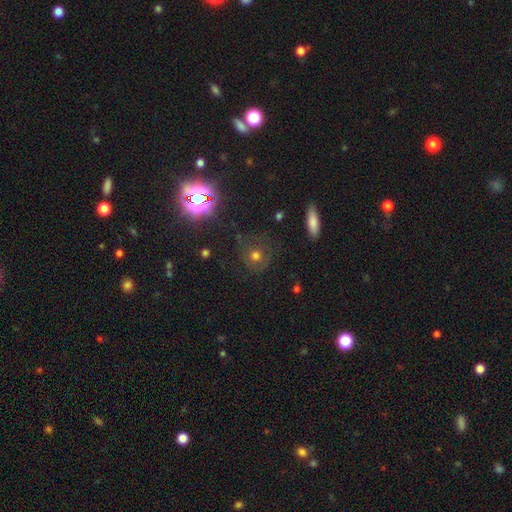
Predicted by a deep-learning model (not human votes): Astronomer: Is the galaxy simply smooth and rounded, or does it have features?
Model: smooth — 52% (runner-up: star or artifact, 27%).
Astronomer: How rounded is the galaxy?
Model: round — 88%.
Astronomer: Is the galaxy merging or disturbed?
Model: none — 77%.